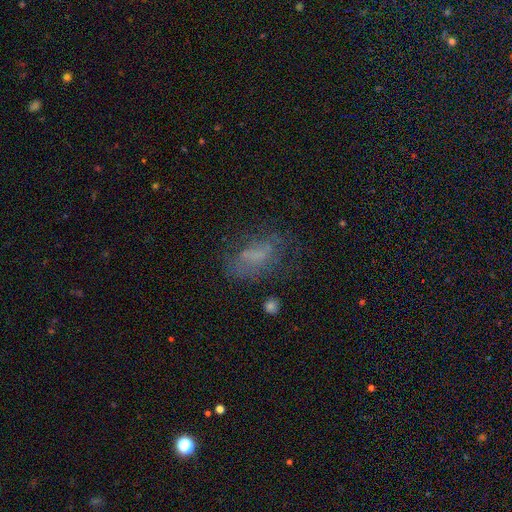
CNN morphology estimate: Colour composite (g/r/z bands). It shows a smooth galaxy with no disk features (48%). Merging: none (50%).